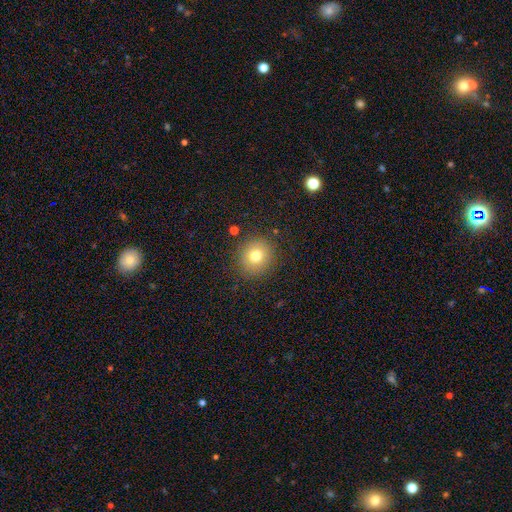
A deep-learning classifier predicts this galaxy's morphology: The model was most divided on "smooth or featured": smooth: 76%, star or artifact: 13%, featured or disk: 11%. More confident: how rounded — round (87%); merging — none (87%).